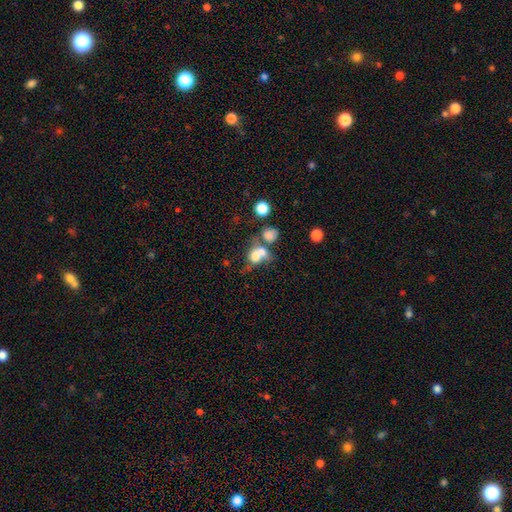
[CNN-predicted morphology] smooth_or_featured: smooth (p=0.67) [alt: featured or disk p=0.20]
how_rounded: round (p=0.58) [alt: in between p=0.41]
merging: merger (p=0.62) [alt: none p=0.21]